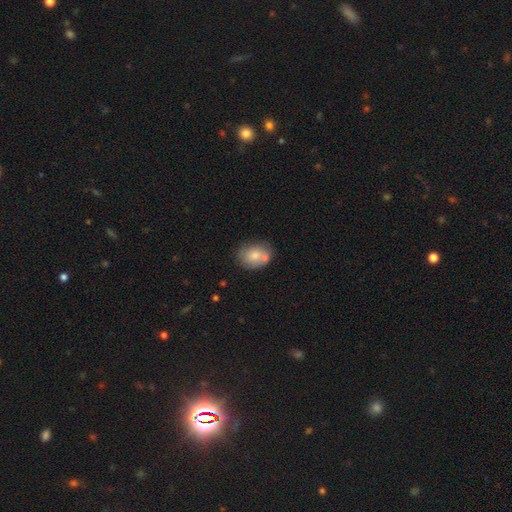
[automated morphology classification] smooth-or-featured: smooth: 73% | featured or disk: 19% | star or artifact: 7%
  how-rounded: in between: 58% | round: 41% | cigar-shaped: 1%
  merging: none: 54% | merger: 23% | minor disturbance: 18% | major disturbance: 5%